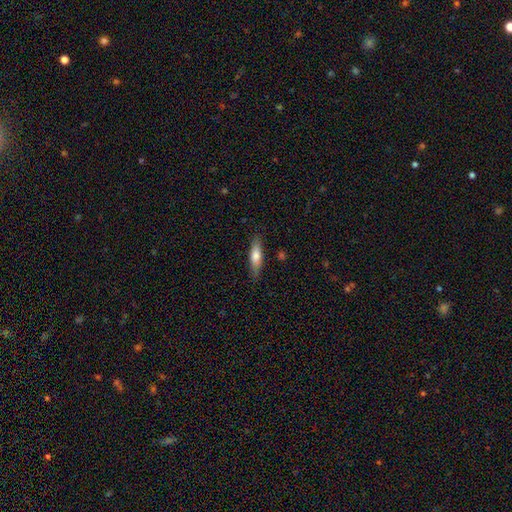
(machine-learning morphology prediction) A smooth galaxy with no disk features (65%) that is cigar-shaped (66%).

Vote fractions:
- Smooth or featured? smooth: 65% / featured or disk: 29% / star or artifact: 6%
- How rounded? cigar-shaped: 66% / in between: 32% / round: 2%
- Merging? none: 84% / minor disturbance: 12% / major disturbance: 3% / merger: 2%